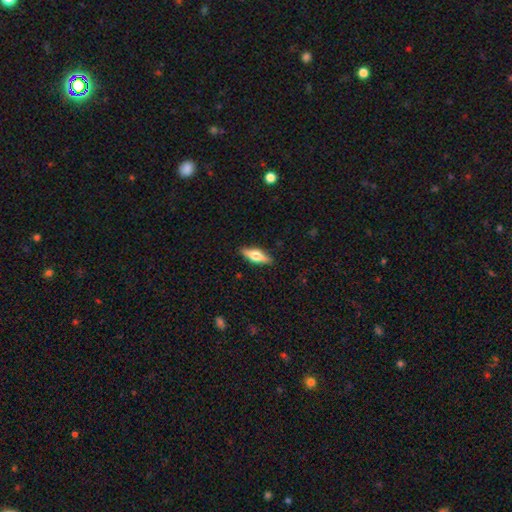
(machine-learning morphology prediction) Smooth or featured? Predicted: smooth (p=0.48). Merging? Predicted: none (p=0.88).